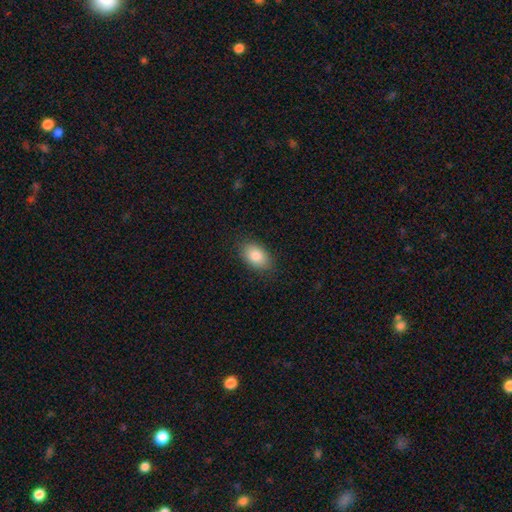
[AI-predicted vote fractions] The model was most divided on "merging": none: 87%, minor disturbance: 10%, major disturbance: 2%, merger: 1%. More confident: how rounded — in between (89%); smooth or featured — smooth (85%).